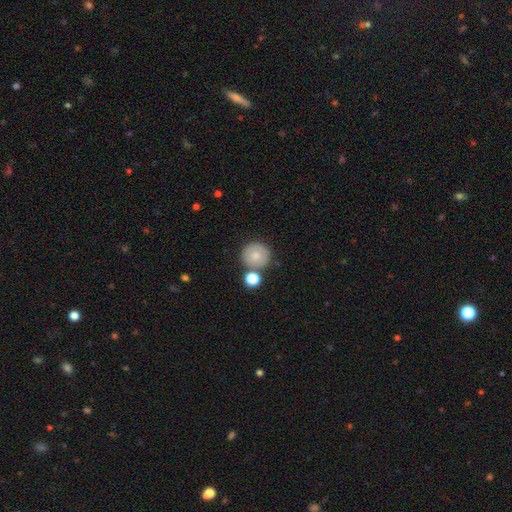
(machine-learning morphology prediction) Smooth or featured? Predicted: smooth (p=0.79). How rounded? Predicted: round (p=0.93). Merging? Predicted: none (p=0.74).